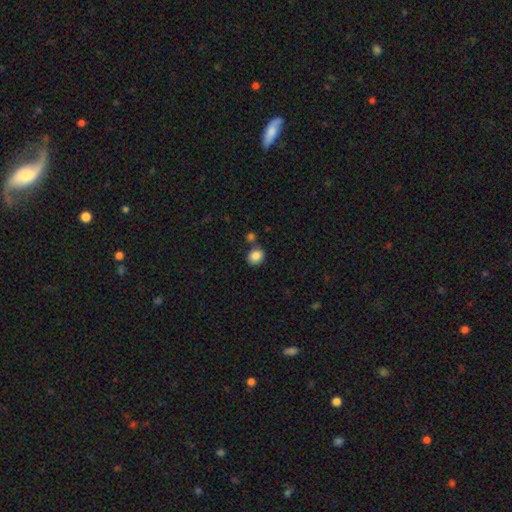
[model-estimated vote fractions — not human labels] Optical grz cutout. It shows a smooth galaxy with no disk features (86%) that is round (64%). Merging: none (72%).